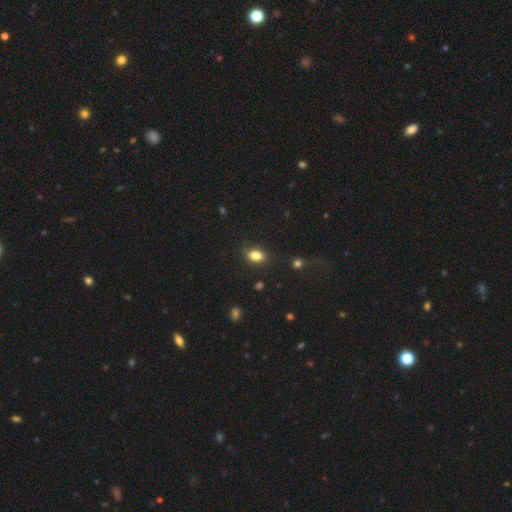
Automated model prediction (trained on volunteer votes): smooth-or-featured: smooth: 83% | star or artifact: 10% | featured or disk: 7%
  how-rounded: in between: 78% | round: 20% | cigar-shaped: 2%
  merging: none: 79% | minor disturbance: 15% | major disturbance: 4% | merger: 2%